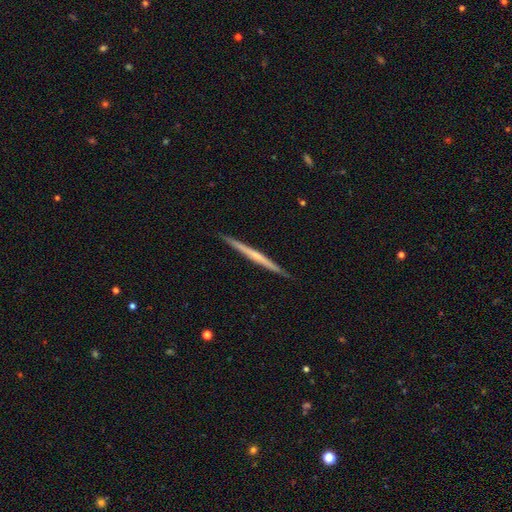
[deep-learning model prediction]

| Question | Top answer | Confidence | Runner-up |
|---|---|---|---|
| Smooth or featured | featured or disk | 63% | smooth (32%) |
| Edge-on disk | yes | 98% | no (2%) |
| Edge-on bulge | none | 69% | rounded (26%) |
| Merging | none | 92% | minor disturbance (6%) |